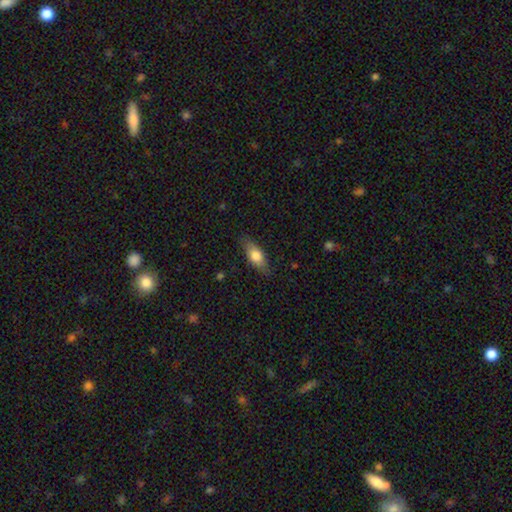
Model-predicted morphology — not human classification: This is likely a smooth galaxy (72%). How rounded: likely in between (74%). Merging: clearly none (82%).